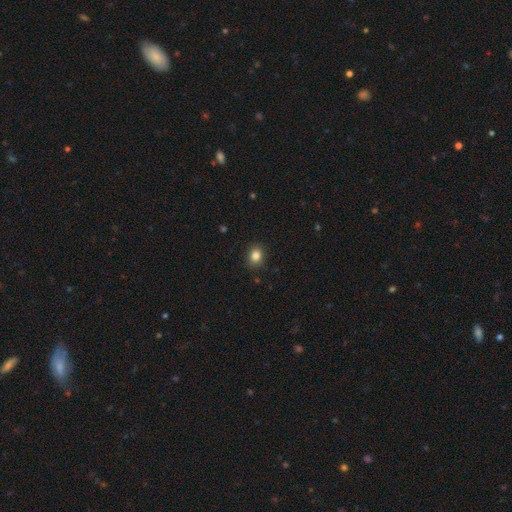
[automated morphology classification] This is clearly a smooth galaxy (84%). How rounded: possibly round (56%). Merging: clearly none (88%).